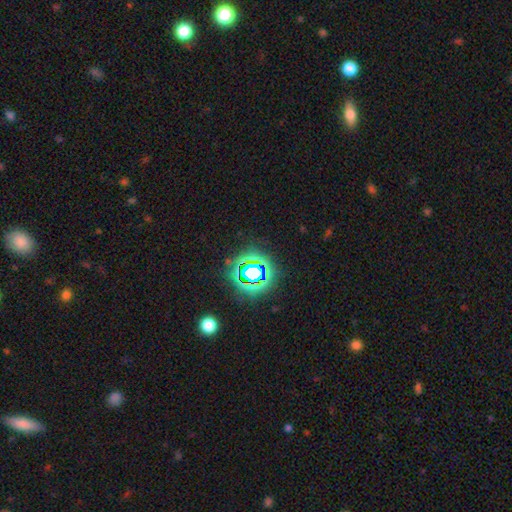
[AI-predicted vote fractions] This is likely a star or artifact rather than a galaxy (72%).